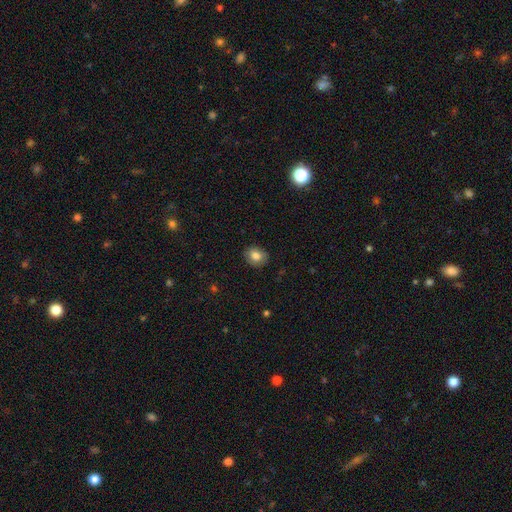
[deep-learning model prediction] Smooth or featured: smooth — 81% (featured or disk — 10%)
How rounded: round — 61% (in between — 38%)
Merging: none — 88% (minor disturbance — 9%)